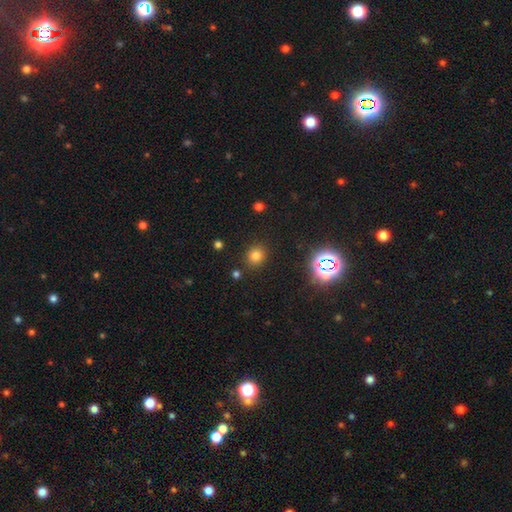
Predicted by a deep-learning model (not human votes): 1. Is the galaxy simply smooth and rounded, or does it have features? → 75% smooth, 19% star or artifact, 6% featured or disk.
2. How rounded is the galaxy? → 83% round, 16% in between, 1% cigar-shaped.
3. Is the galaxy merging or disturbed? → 87% none, 7% minor disturbance, 3% merger, 3% major disturbance.